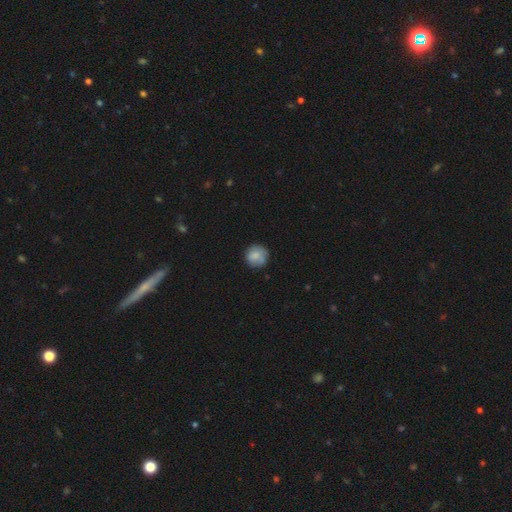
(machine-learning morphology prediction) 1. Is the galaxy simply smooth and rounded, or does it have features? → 78% smooth, 14% featured or disk, 8% star or artifact.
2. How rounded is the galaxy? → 91% round, 8% in between, 1% cigar-shaped.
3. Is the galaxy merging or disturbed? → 74% none, 19% minor disturbance, 5% major disturbance, 3% merger.